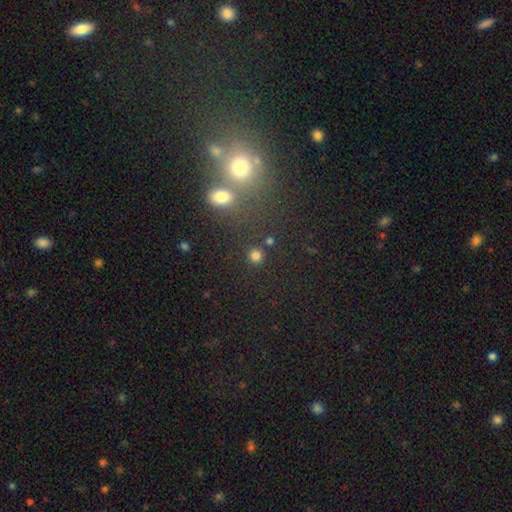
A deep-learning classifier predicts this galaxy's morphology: A smooth galaxy with no disk features (79%) that is round (92%).

Vote fractions:
- Smooth or featured? smooth: 79% / star or artifact: 16% / featured or disk: 4%
- How rounded? round: 92% / in between: 7% / cigar-shaped: 1%
- Merging? none: 86% / minor disturbance: 6% / merger: 5% / major disturbance: 3%